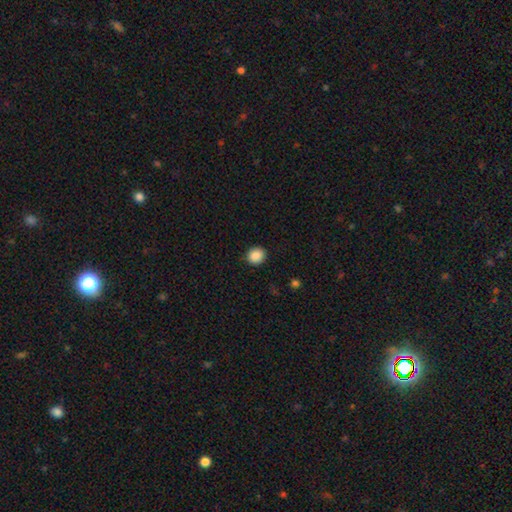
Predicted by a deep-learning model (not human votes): This is clearly a smooth galaxy (89%). How rounded: likely round (75%). Merging: clearly none (89%).